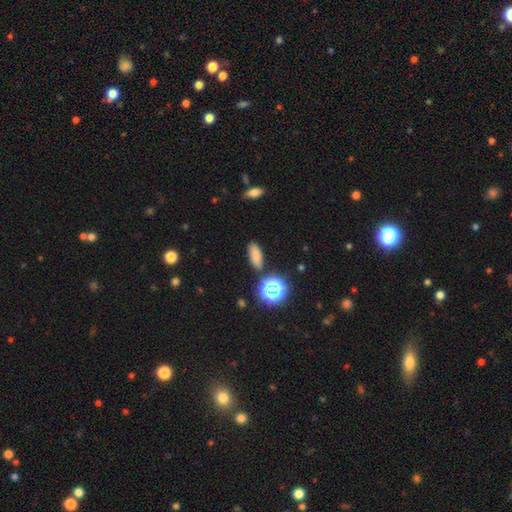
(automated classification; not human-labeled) Smooth or featured? Predicted: smooth (p=0.77). How rounded? Predicted: in between (p=0.75). Merging? Predicted: none (p=0.84).